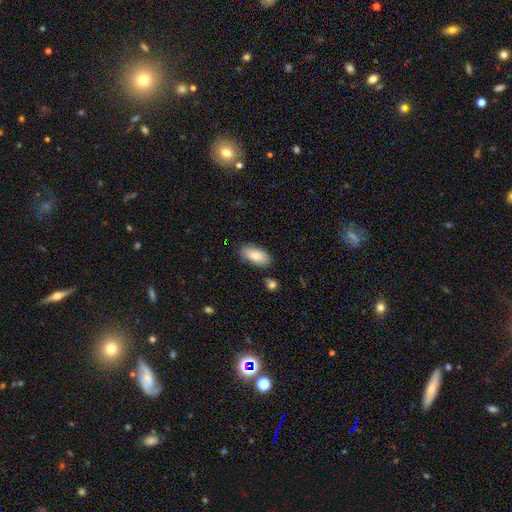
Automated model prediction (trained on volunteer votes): Morphology: type=smooth (86%); roundness=in between (93%); merging=none (81%).